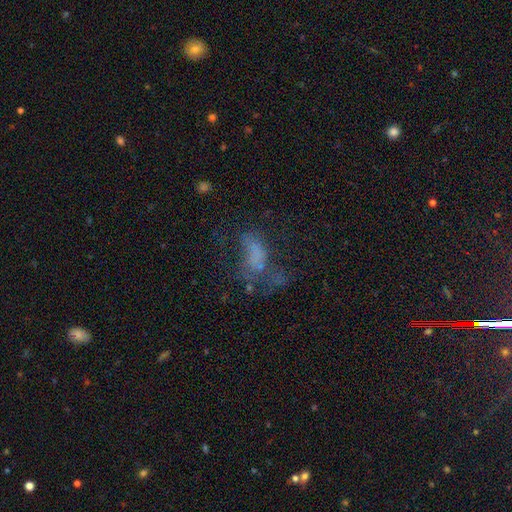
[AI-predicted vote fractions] Morphology: type=featured or disk (41%); merging=major disturbance (44%).